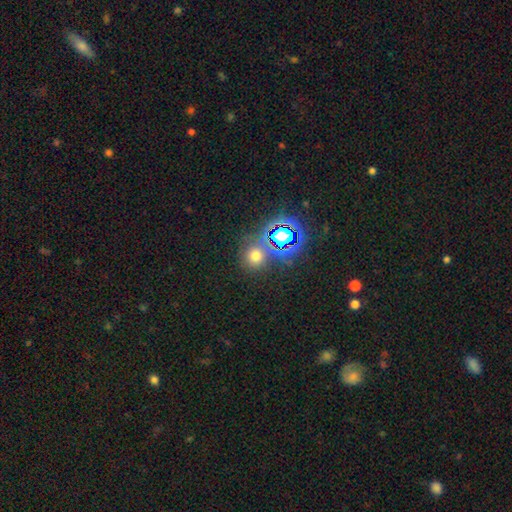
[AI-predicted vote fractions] Smooth or featured: smooth — 57% (star or artifact — 35%)
How rounded: round — 84% (in between — 14%)
Merging: none — 74% (merger — 11%)